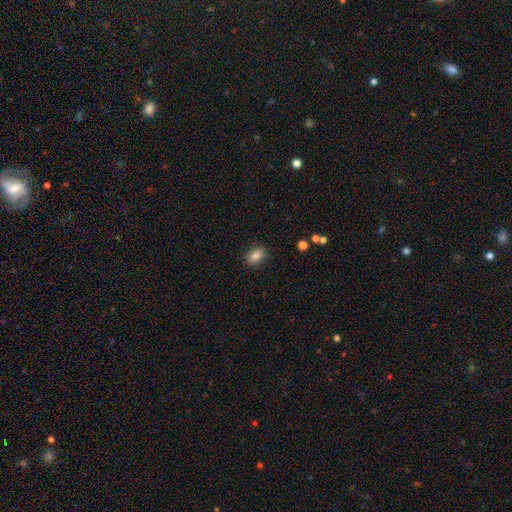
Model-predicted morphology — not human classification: Smooth or featured?
  - smooth: 84% *
  - star or artifact: 10%
  - featured or disk: 6%
How rounded?
  - in between: 79% *
  - round: 19%
  - cigar-shaped: 2%
Merging?
  - none: 86% *
  - minor disturbance: 10%
  - major disturbance: 3%
  - merger: 1%